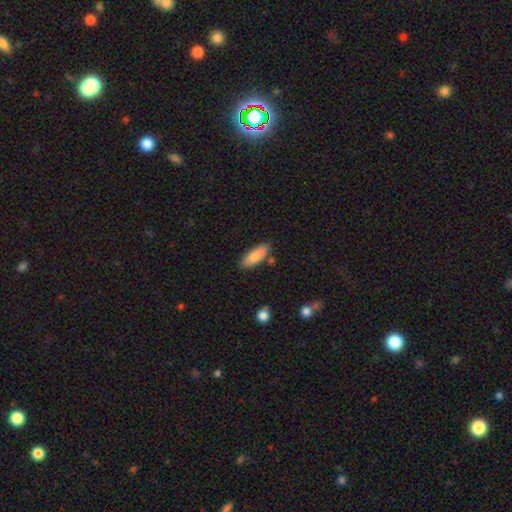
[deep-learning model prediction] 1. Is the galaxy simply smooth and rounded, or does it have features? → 85% smooth, 9% featured or disk, 6% star or artifact.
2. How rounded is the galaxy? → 60% in between, 38% cigar-shaped, 2% round.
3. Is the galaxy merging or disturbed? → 79% none, 13% minor disturbance, 5% merger, 3% major disturbance.